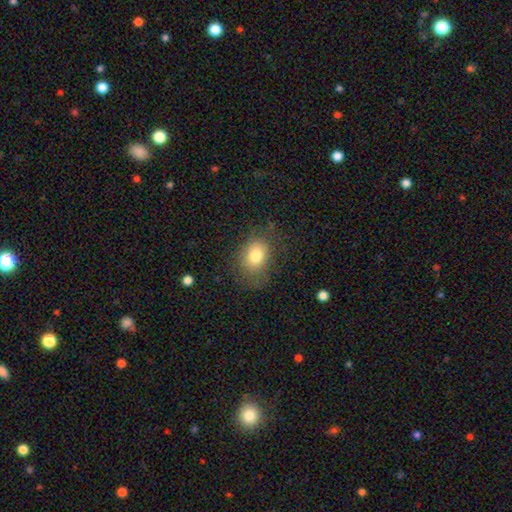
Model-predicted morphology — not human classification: Smooth or featured? Predicted: smooth (p=0.78). How rounded? Predicted: in between (p=0.60). Merging? Predicted: none (p=0.73).